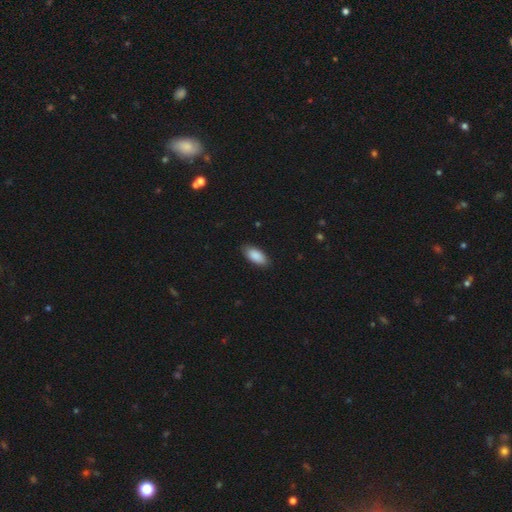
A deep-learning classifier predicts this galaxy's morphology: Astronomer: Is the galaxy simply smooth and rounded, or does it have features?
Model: smooth — 89%.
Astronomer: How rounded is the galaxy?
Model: in between — 91%.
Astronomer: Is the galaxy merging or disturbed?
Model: none — 84%.